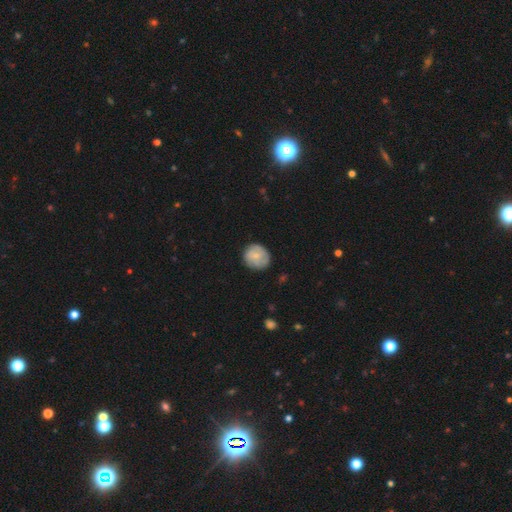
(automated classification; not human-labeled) Q: Smooth or featured?
A: smooth (70%); runner-up: featured or disk (24%)
Q: How rounded?
A: round (87%); runner-up: in between (12%)
Q: Merging?
A: none (80%); runner-up: minor disturbance (15%)